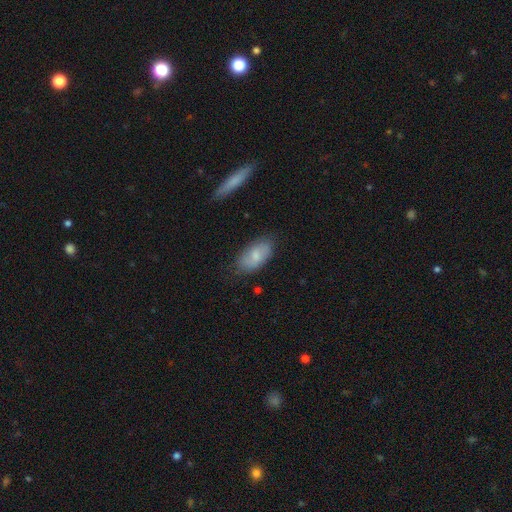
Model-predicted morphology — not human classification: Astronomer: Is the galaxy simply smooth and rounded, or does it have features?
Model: smooth — 72%.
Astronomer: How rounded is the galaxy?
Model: in between — 93%.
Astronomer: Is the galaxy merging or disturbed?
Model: none — 77%.